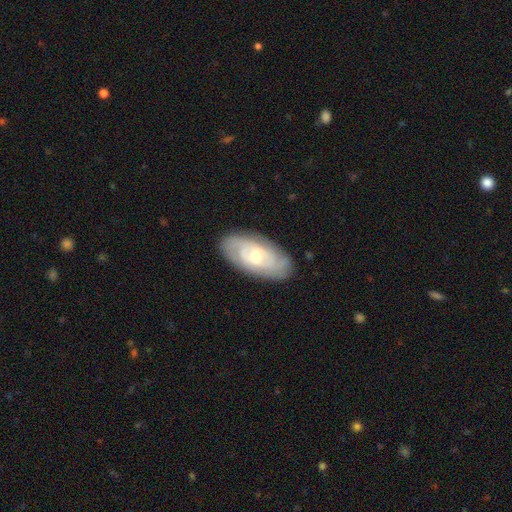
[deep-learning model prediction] This is likely a featured or disk galaxy (71%). It is clearly not viewed edge-on (92%). Bar: possibly no (53%). Spiral arm pattern: clearly yes (82%). Spiral arm count: possibly can't tell (47%). Spiral winding: likely tight (64%). Central bulge: possibly moderate (58%). Merging: clearly none (82%).